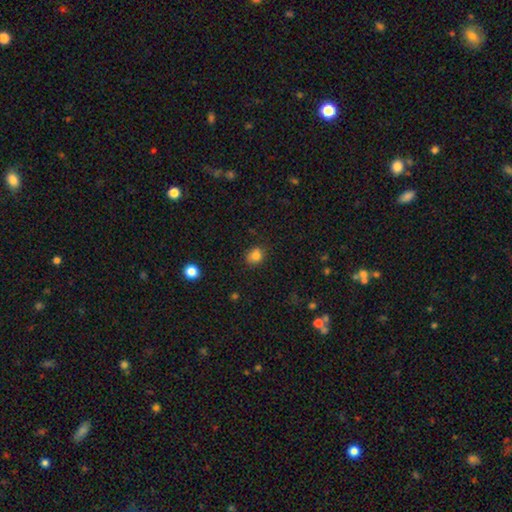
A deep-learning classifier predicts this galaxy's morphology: smooth 81%, star or artifact 12%, featured or disk 7%. Down the decision tree: how rounded — round (65%); merging — none (77%).